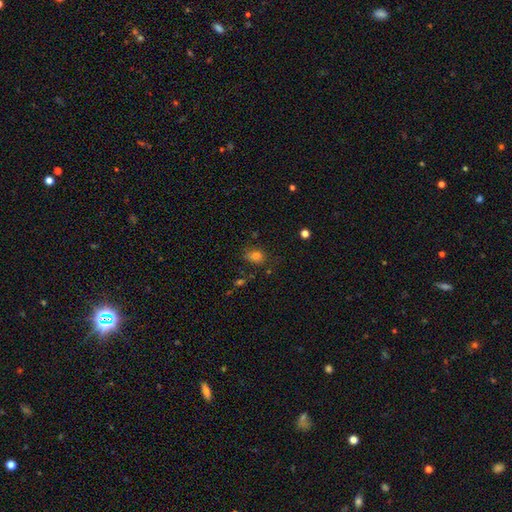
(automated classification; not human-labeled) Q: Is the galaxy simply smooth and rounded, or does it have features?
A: smooth — 73%.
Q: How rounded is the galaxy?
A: in between — 65%.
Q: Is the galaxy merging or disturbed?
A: none — 72%.